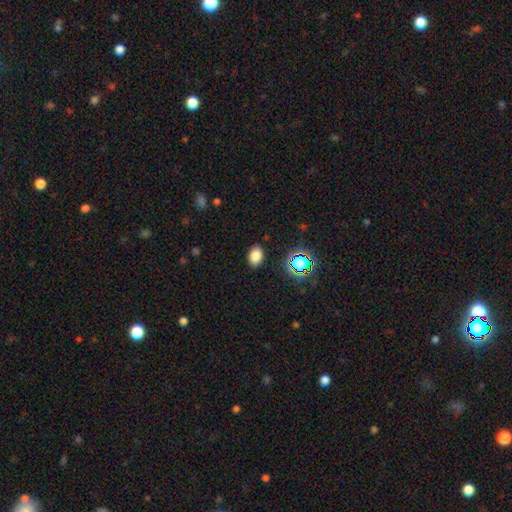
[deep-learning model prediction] smooth 79%, star or artifact 15%, featured or disk 6%. Down the decision tree: how rounded — in between (82%); merging — none (87%).